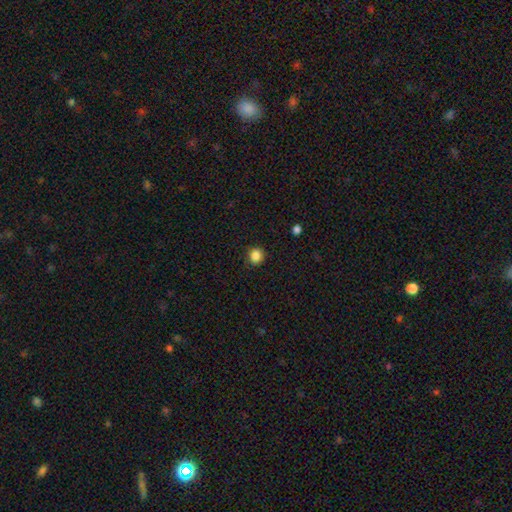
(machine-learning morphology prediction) smooth 86%, star or artifact 11%, featured or disk 3%. Down the decision tree: how rounded — round (90%); merging — none (89%).